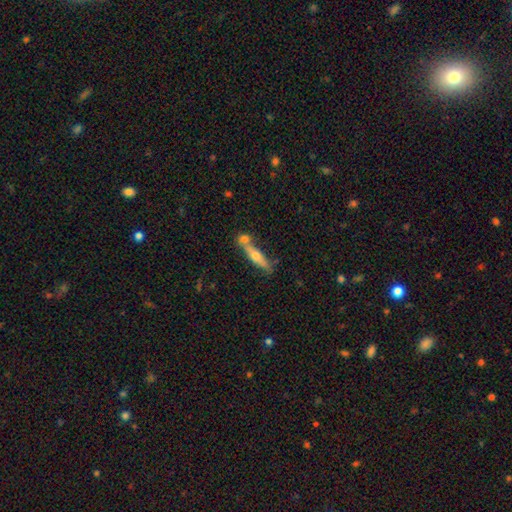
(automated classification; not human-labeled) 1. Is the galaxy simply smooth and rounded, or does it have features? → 47% smooth, 46% featured or disk, 7% star or artifact.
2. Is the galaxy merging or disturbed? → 52% none, 31% merger, 12% minor disturbance, 4% major disturbance.